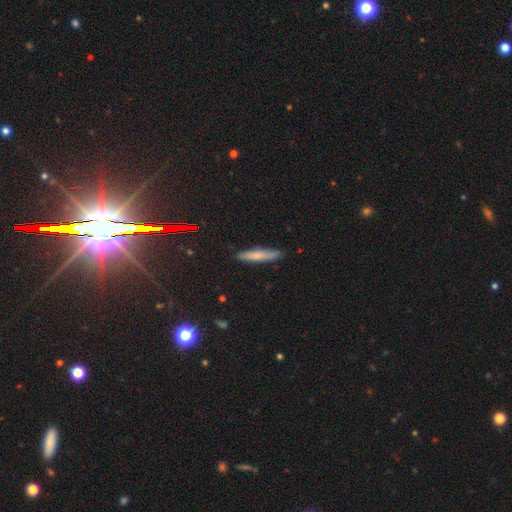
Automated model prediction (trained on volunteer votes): Q: Smooth or featured?
A: smooth (61%); runner-up: featured or disk (28%)
Q: How rounded?
A: cigar-shaped (87%); runner-up: in between (11%)
Q: Merging?
A: none (87%); runner-up: minor disturbance (10%)